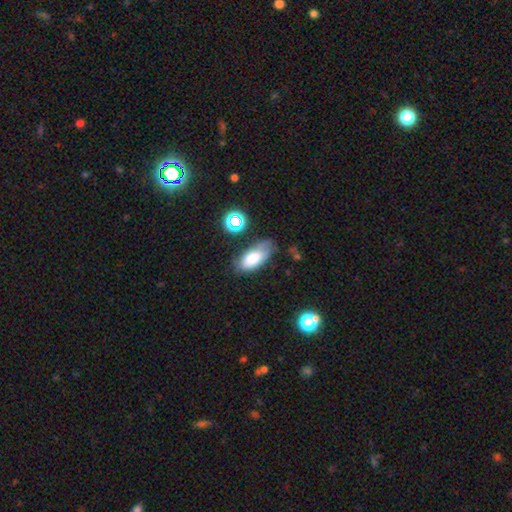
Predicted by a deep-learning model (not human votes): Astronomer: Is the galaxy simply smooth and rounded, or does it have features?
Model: smooth — 73%.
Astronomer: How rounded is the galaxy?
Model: in between — 89%.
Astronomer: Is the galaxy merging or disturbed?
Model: none — 56%.